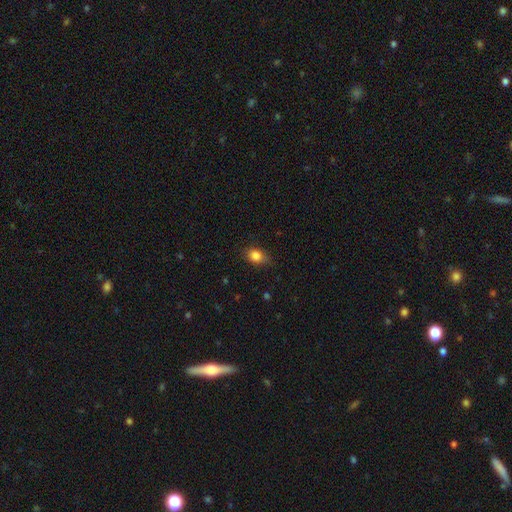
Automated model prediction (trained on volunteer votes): smooth 84%, star or artifact 10%, featured or disk 6%. Down the decision tree: how rounded — in between (62%); merging — none (72%).